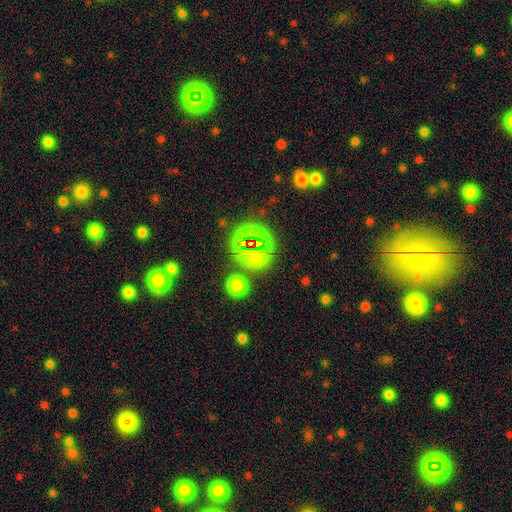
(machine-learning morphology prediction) Q: Smooth or featured?
A: star or artifact (61%); runner-up: smooth (30%)